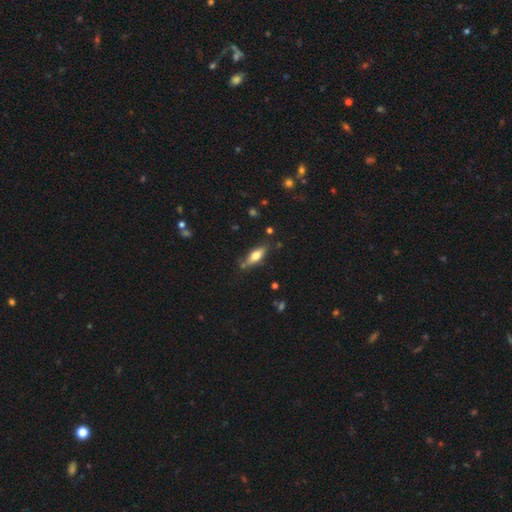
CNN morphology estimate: smooth-or-featured: smooth: 61% | featured or disk: 32% | star or artifact: 7%
  how-rounded: in between: 63% | cigar-shaped: 34% | round: 3%
  merging: none: 74% | minor disturbance: 17% | merger: 5% | major disturbance: 4%